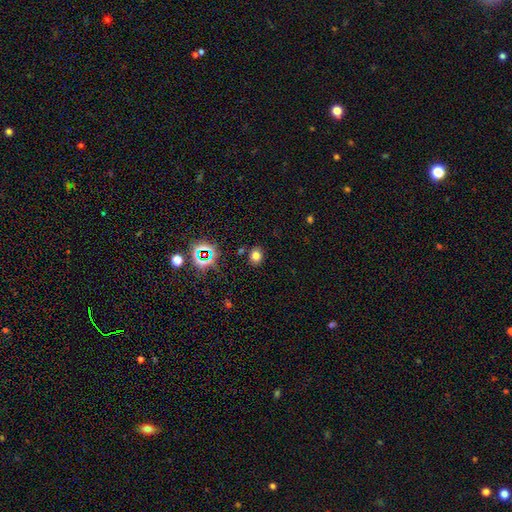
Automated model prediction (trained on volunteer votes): Morphology: type=smooth (72%); roundness=round (58%); merging=none (85%).